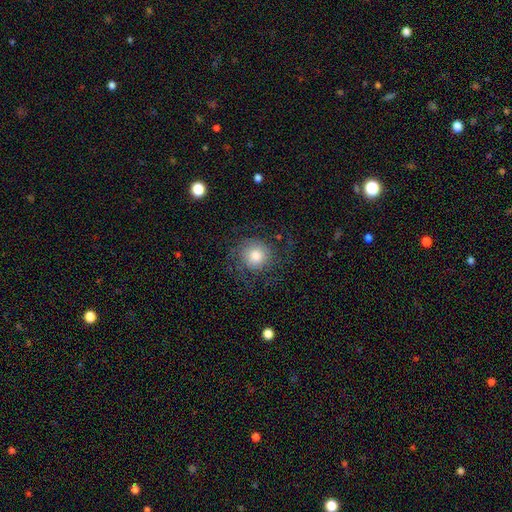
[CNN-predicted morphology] Smooth or featured: smooth — 61% (featured or disk — 29%)
How rounded: round — 91% (in between — 8%)
Merging: none — 68% (major disturbance — 16%)